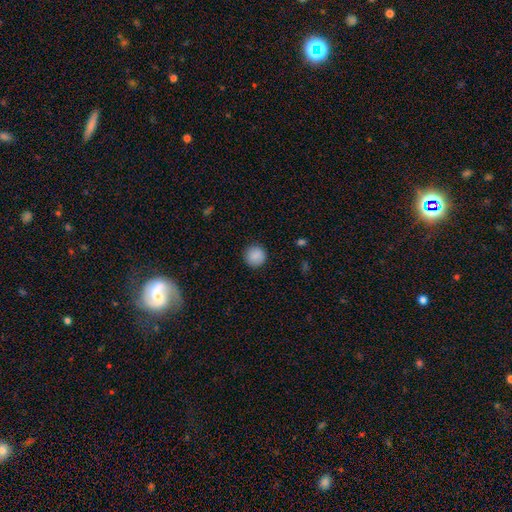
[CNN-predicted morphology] A smooth galaxy with no disk features (89%) that is round (95%).

Vote fractions:
- Smooth or featured? smooth: 89% / star or artifact: 8% / featured or disk: 3%
- How rounded? round: 95% / in between: 4% / cigar-shaped: 1%
- Merging? none: 91% / minor disturbance: 6% / major disturbance: 2% / merger: 1%